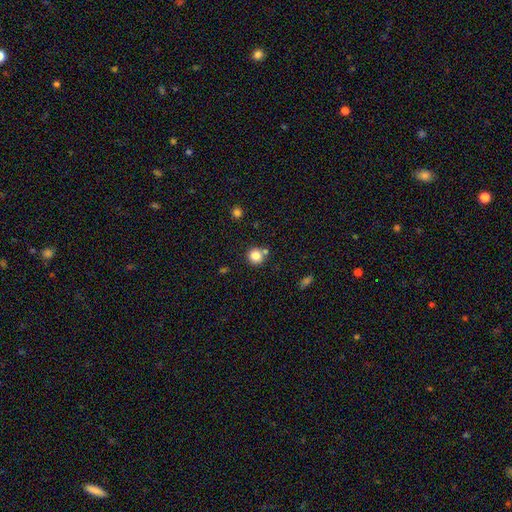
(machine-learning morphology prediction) smooth_or_featured: smooth (p=0.83) [alt: star or artifact p=0.11]
how_rounded: round (p=0.92) [alt: in between p=0.07]
merging: none (p=0.75) [alt: merger p=0.14]